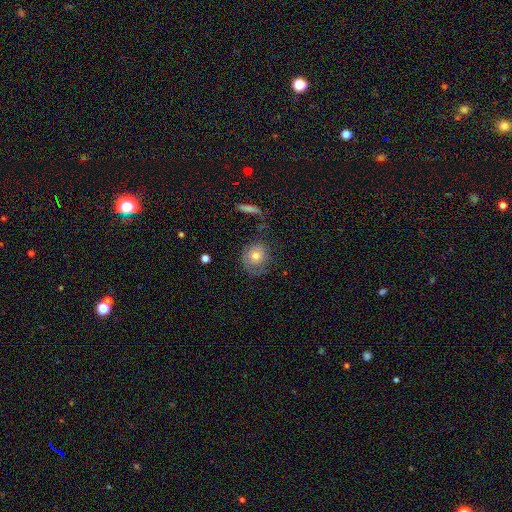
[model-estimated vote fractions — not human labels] smooth 54%, featured or disk 37%, star or artifact 8%. Down the decision tree: how rounded — round (77%); merging — none (55%).